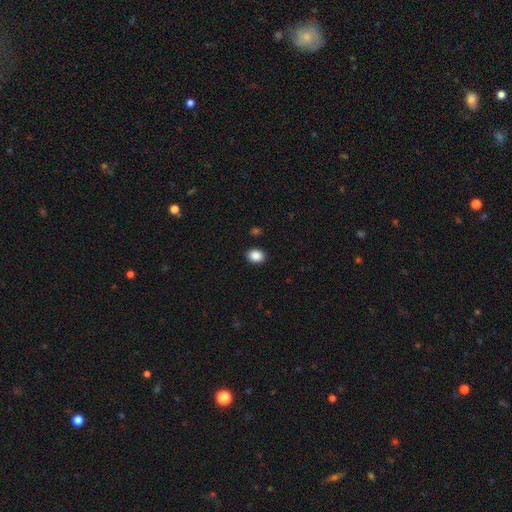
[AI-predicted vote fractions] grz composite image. It shows a smooth galaxy with no disk features (89%) that is in between round and cigar-shaped (57%). Merging: none (91%).